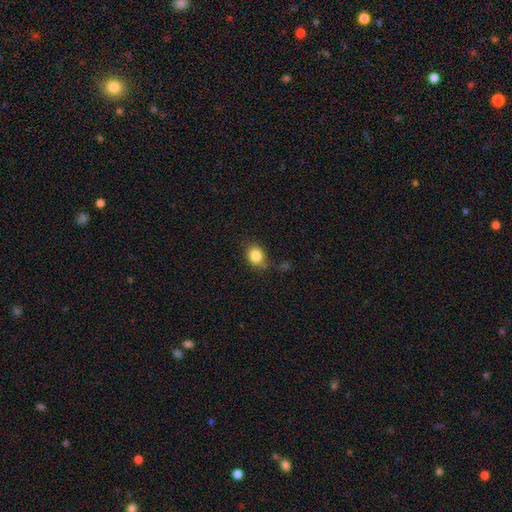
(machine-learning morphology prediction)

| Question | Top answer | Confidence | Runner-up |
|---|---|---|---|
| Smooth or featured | smooth | 84% | star or artifact (10%) |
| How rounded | round | 57% | in between (42%) |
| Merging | none | 73% | minor disturbance (18%) |